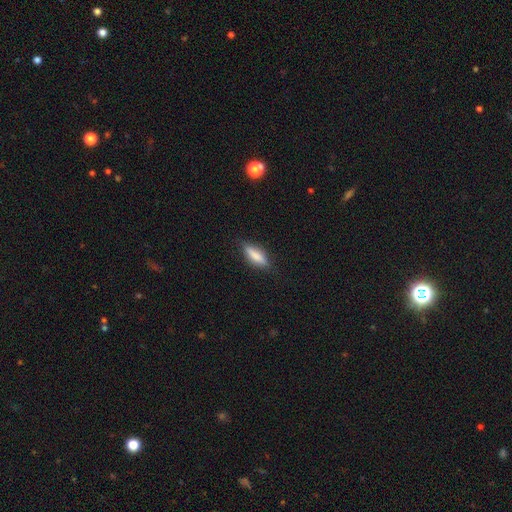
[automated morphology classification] Smooth or featured? Predicted: smooth (p=0.74). How rounded? Predicted: cigar-shaped (p=0.54). Merging? Predicted: none (p=0.84).